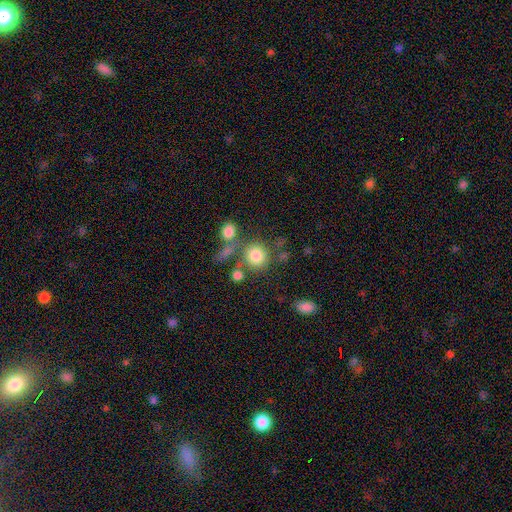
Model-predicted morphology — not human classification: This appears to be a smooth galaxy with no disk features (79%) that is round (83%). Merging: none (58%).